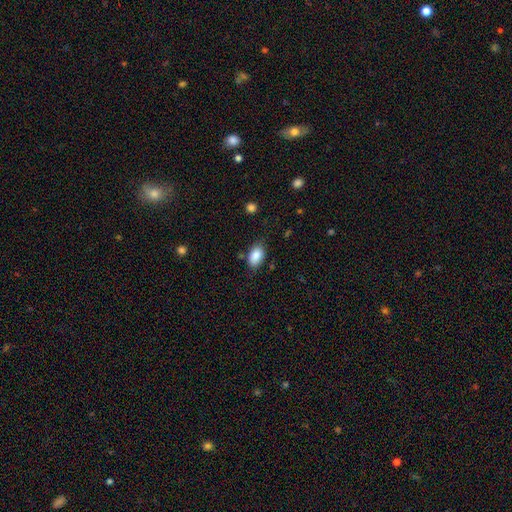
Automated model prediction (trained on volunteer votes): Smooth or featured?
  - smooth: 86% *
  - star or artifact: 7%
  - featured or disk: 6%
How rounded?
  - in between: 91% *
  - round: 8%
  - cigar-shaped: 2%
Merging?
  - none: 78% *
  - minor disturbance: 16%
  - major disturbance: 3%
  - merger: 2%